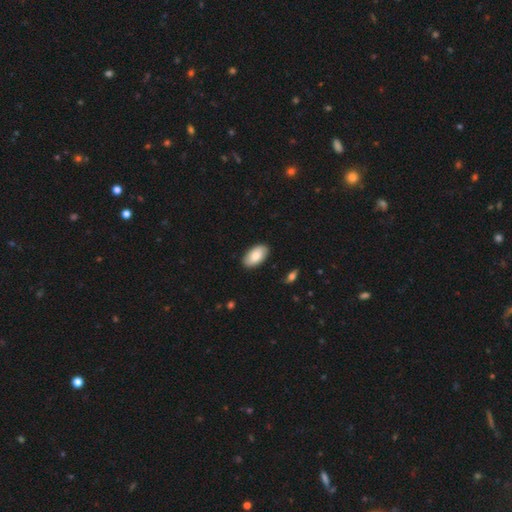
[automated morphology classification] This is clearly a smooth galaxy (80%). How rounded: clearly in between (96%). Merging: clearly none (88%).